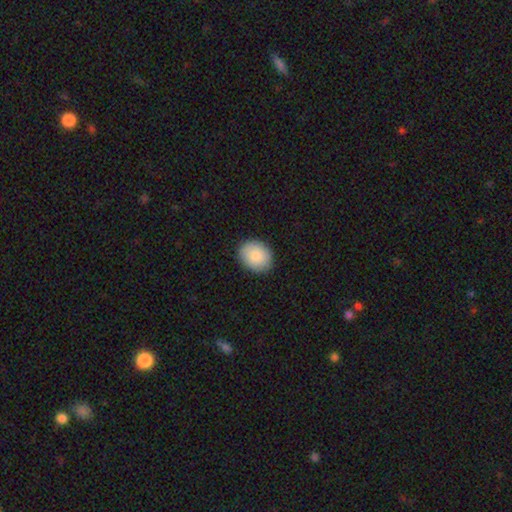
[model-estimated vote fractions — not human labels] Smooth or featured? Predicted: smooth (p=0.84). How rounded? Predicted: round (p=0.50). Merging? Predicted: none (p=0.89).